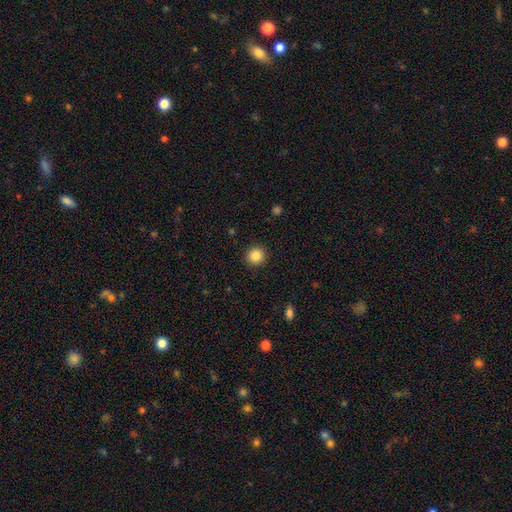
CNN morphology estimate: This is clearly a smooth galaxy (86%). How rounded: clearly round (93%). Merging: clearly none (92%).